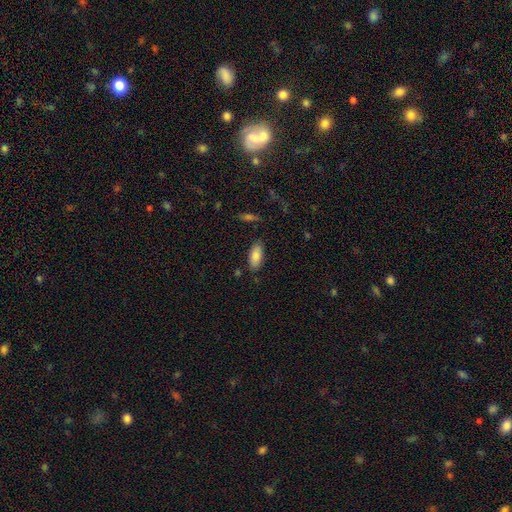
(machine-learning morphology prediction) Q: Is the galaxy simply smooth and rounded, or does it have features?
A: smooth — 83%.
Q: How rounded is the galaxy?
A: in between — 89%.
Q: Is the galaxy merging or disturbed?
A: none — 82%.